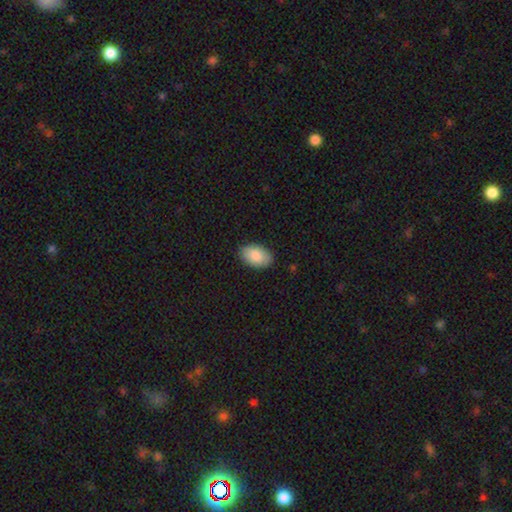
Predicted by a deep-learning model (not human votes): A smooth galaxy with no disk features (88%) that is in between round and cigar-shaped (92%). Merging: none (86%).